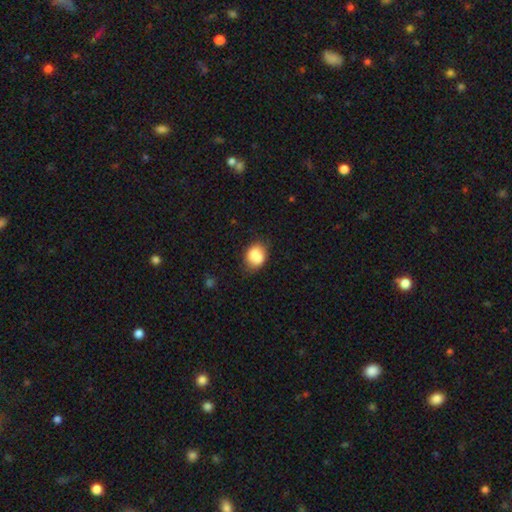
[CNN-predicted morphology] Smooth or featured: smooth — 73% (featured or disk — 19%)
How rounded: in between — 52% (round — 47%)
Merging: none — 45% (merger — 34%)